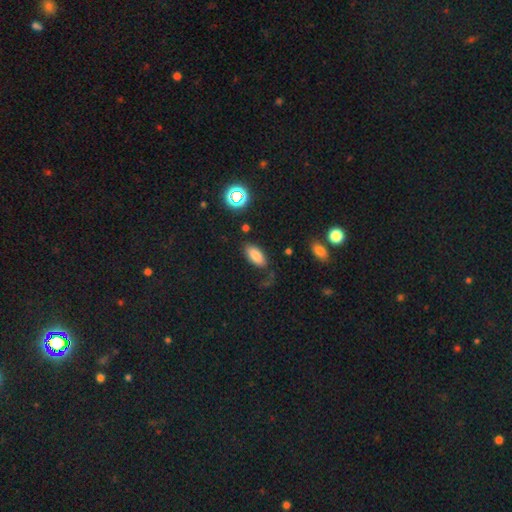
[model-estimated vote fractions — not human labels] The model was most divided on "merging": none: 76%, minor disturbance: 15%, major disturbance: 6%, merger: 3%. More confident: how rounded — in between (91%); smooth or featured — smooth (80%).